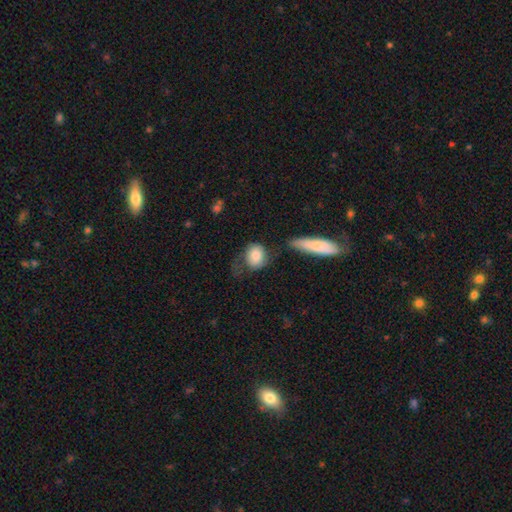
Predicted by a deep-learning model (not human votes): A smooth galaxy with no disk features (75%) that is round (52%).

Vote fractions:
- Smooth or featured? smooth: 75% / featured or disk: 18% / star or artifact: 7%
- How rounded? round: 52% / in between: 46% / cigar-shaped: 3%
- Merging? none: 43% / minor disturbance: 23% / major disturbance: 21% / merger: 13%